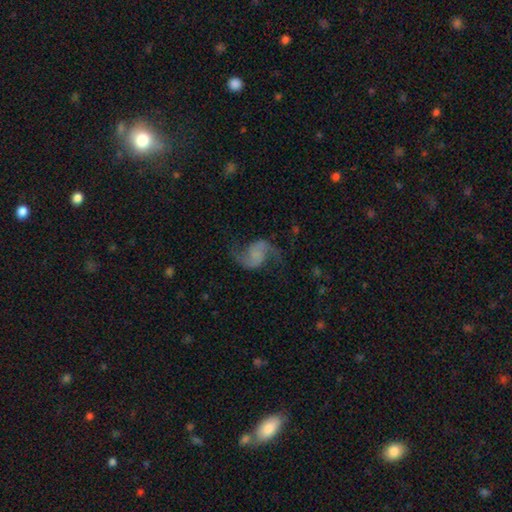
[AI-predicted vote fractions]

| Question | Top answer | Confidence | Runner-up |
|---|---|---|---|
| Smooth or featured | featured or disk | 86% | smooth (8%) |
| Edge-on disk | no | 98% | yes (2%) |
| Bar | no | 59% | weak (31%) |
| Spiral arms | yes | 97% | no (3%) |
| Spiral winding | loose | 71% | medium (25%) |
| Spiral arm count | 2 | 94% | 1 (2%) |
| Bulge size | none | 58% | small (22%) |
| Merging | none | 75% | minor disturbance (14%) |